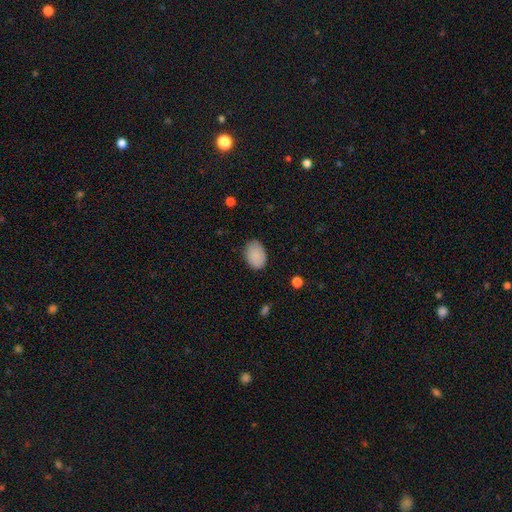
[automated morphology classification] This is clearly a smooth galaxy (89%). How rounded: clearly in between (83%). Merging: clearly none (82%).